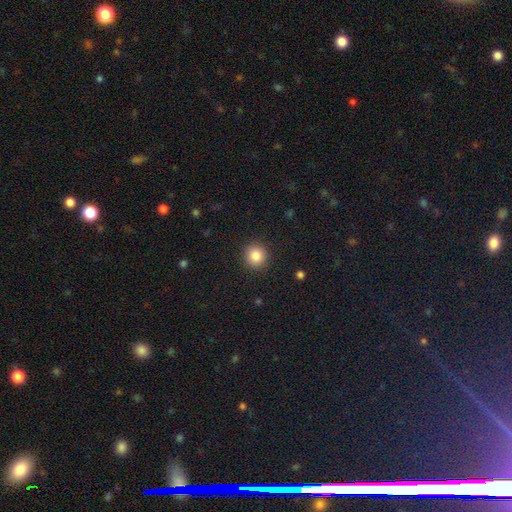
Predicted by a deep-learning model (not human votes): Smooth or featured? Predicted: smooth (p=0.84). How rounded? Predicted: round (p=0.90). Merging? Predicted: none (p=0.91).